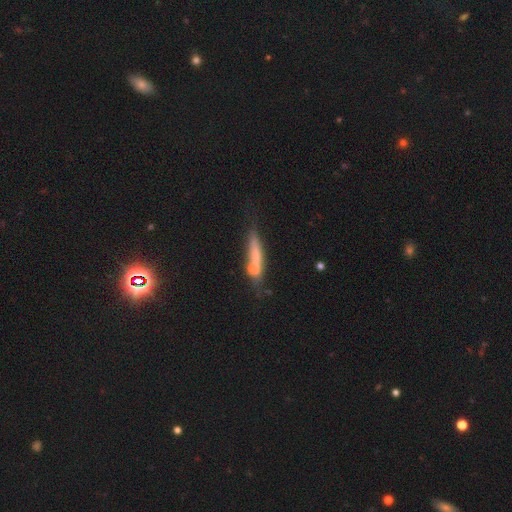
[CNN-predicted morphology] Smooth or featured?
  - smooth: 55% *
  - featured or disk: 36%
  - star or artifact: 9%
How rounded?
  - cigar-shaped: 76% *
  - in between: 18%
  - round: 6%
Merging?
  - none: 53% *
  - merger: 22%
  - minor disturbance: 17%
  - major disturbance: 8%